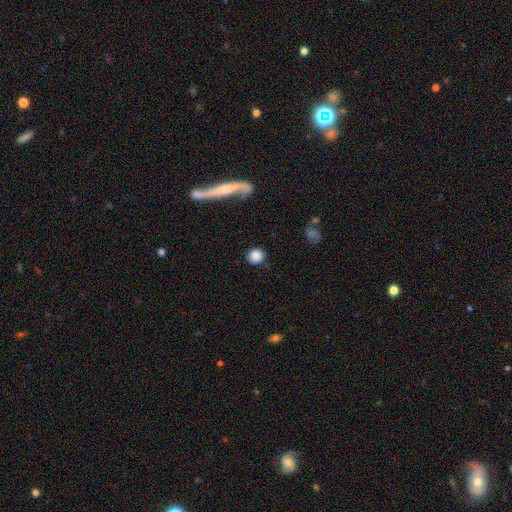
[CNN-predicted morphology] The model was most divided on "smooth or featured": smooth: 85%, star or artifact: 9%, featured or disk: 6%. More confident: how rounded — round (92%); merging — none (87%).